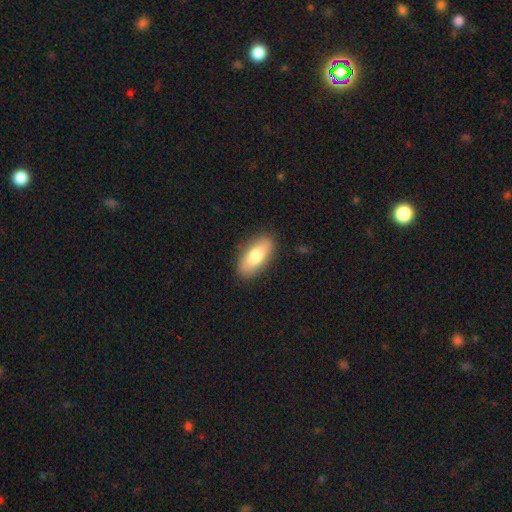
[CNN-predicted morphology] Smooth or featured? Predicted: smooth (p=0.79). How rounded? Predicted: in between (p=0.87). Merging? Predicted: none (p=0.87).